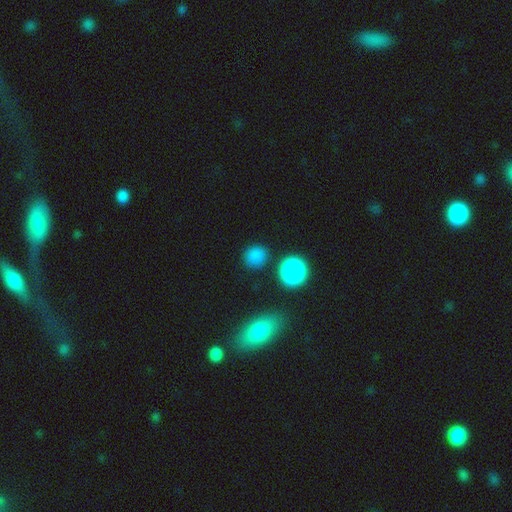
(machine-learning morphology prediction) This appears to be a smooth galaxy with no disk features (81%) that is round (86%). Merging: none (85%).